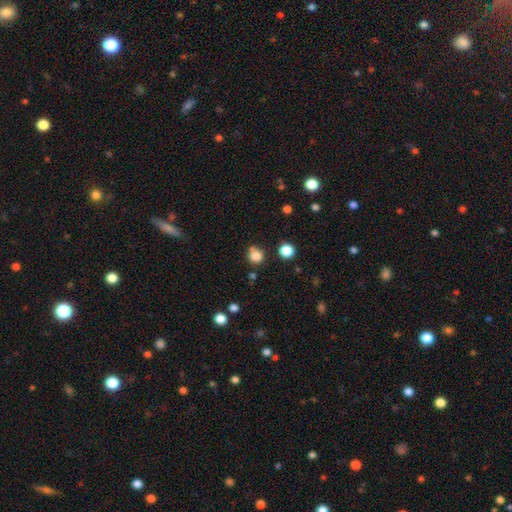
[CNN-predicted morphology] This appears to be a smooth galaxy with no disk features (82%) that is round (89%). Merging: none (69%).